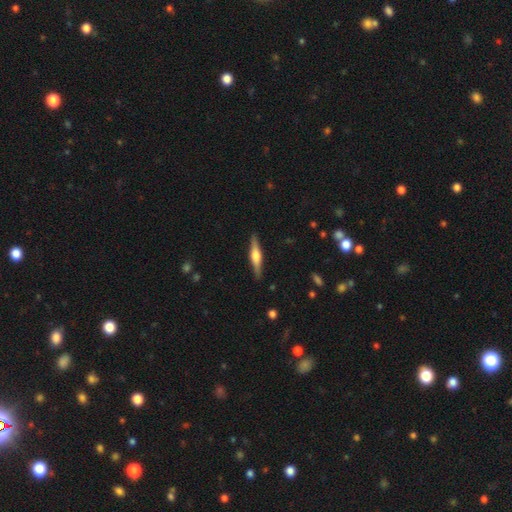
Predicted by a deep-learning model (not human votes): Smooth or featured? Predicted: featured or disk (p=0.69). Edge-on disk? Predicted: yes (p=0.98). Edge-on bulge? Predicted: rounded (p=0.88). Merging? Predicted: none (p=0.90).